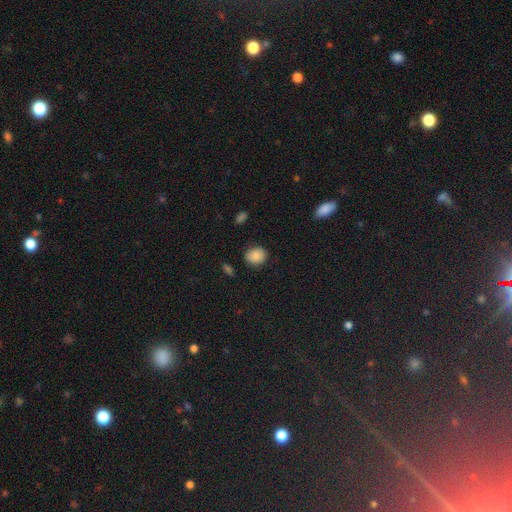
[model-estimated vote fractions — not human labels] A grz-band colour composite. It shows a smooth galaxy with no disk features (87%) that is round (64%). Merging: none (85%).